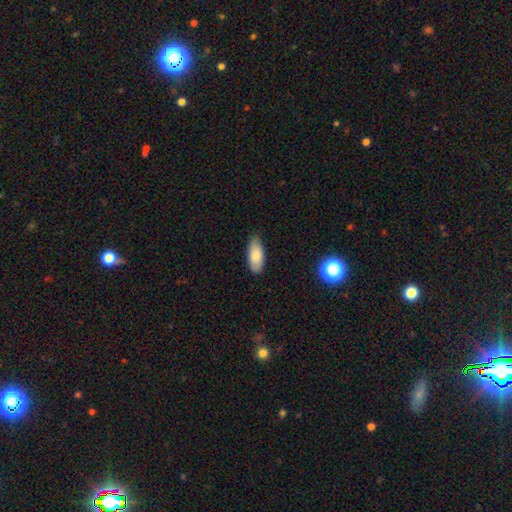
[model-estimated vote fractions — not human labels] smooth_or_featured: smooth (p=0.81) [alt: featured or disk p=0.12]
how_rounded: in between (p=0.85) [alt: cigar-shaped p=0.13]
merging: none (p=0.80) [alt: minor disturbance p=0.16]